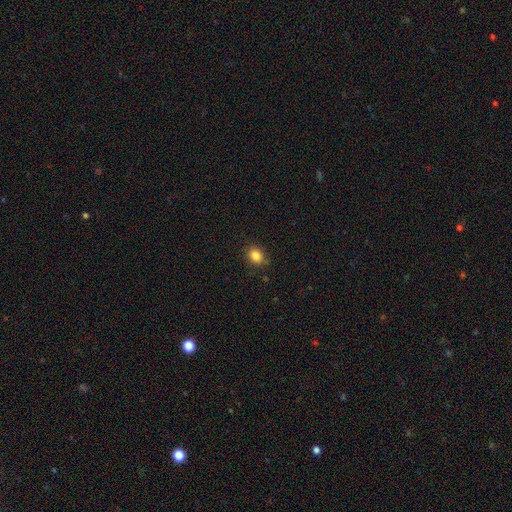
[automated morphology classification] Smooth or featured: smooth — 85% (star or artifact — 10%)
How rounded: round — 52% (in between — 47%)
Merging: none — 84% (minor disturbance — 12%)